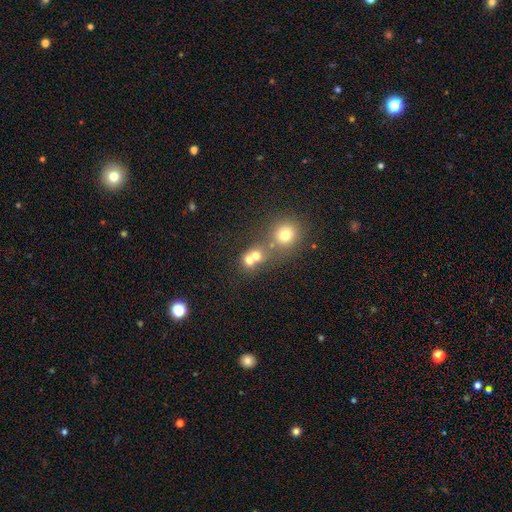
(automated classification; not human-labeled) smooth_or_featured: smooth (p=0.68) [alt: star or artifact p=0.16]
how_rounded: round (p=0.78) [alt: in between p=0.21]
merging: merger (p=0.50) [alt: none p=0.39]